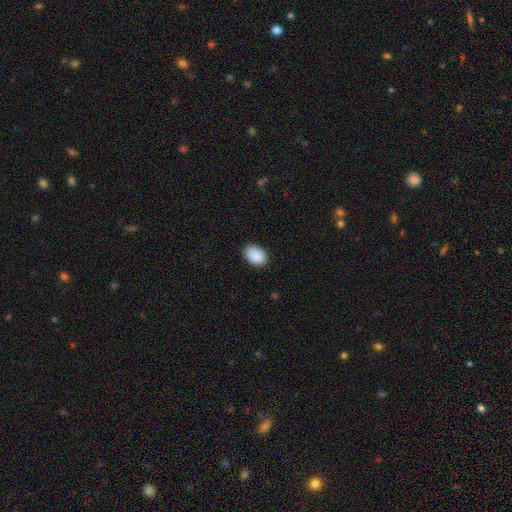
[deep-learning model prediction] A smooth galaxy with no disk features (90%) that is in between round and cigar-shaped (87%).

Vote fractions:
- Smooth or featured? smooth: 90% / star or artifact: 6% / featured or disk: 3%
- How rounded? in between: 87% / round: 12% / cigar-shaped: 1%
- Merging? none: 85% / minor disturbance: 12% / major disturbance: 2% / merger: 1%